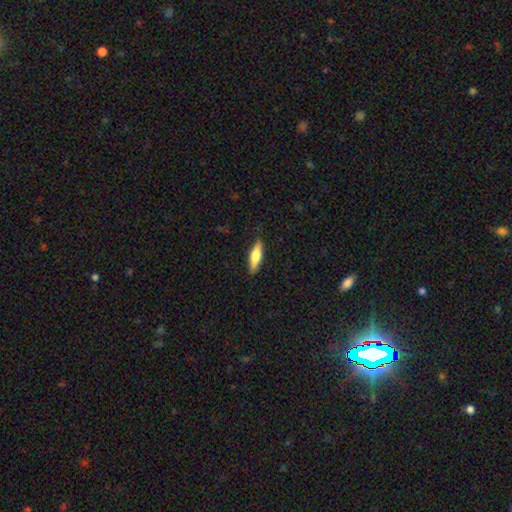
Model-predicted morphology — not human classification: smooth_or_featured: smooth (p=0.58) [alt: featured or disk p=0.36]
how_rounded: cigar-shaped (p=0.59) [alt: in between p=0.39]
merging: none (p=0.88) [alt: minor disturbance p=0.09]